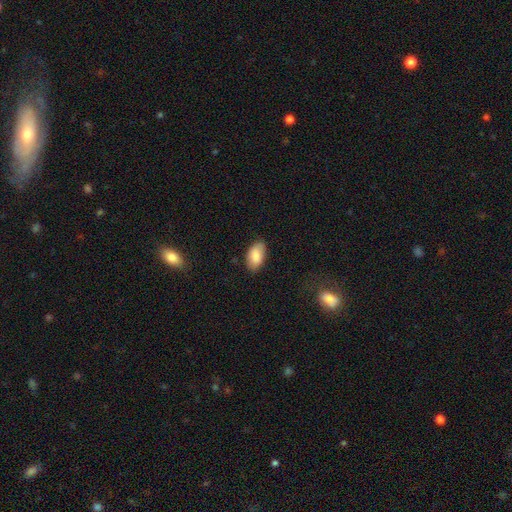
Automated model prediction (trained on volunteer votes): Smooth or featured? smooth (85%)
How rounded? in between (94%)
Merging? none (76%)